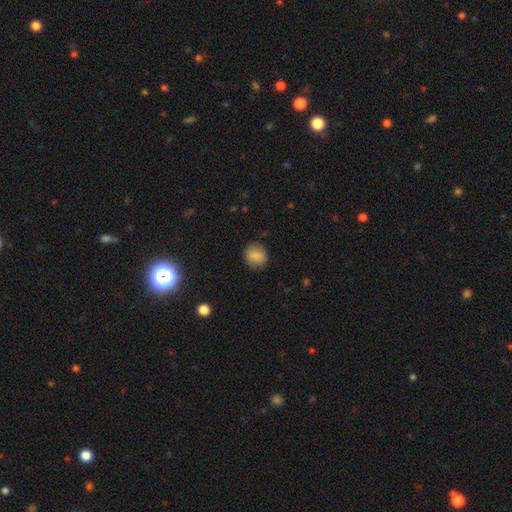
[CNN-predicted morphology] smooth_or_featured: smooth (p=0.83) [alt: star or artifact p=0.09]
how_rounded: round (p=0.75) [alt: in between p=0.24]
merging: none (p=0.85) [alt: minor disturbance p=0.11]